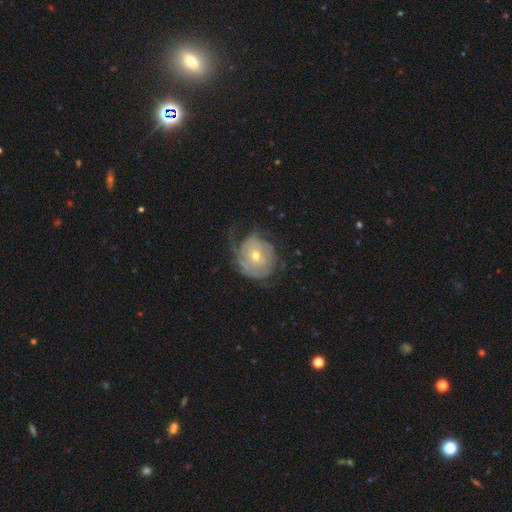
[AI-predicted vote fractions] A featured or disk galaxy (72%) with no bar (75%), tight (64%) spiral arms (81%) and a moderate central bulge (49%). Merging: none (53%).